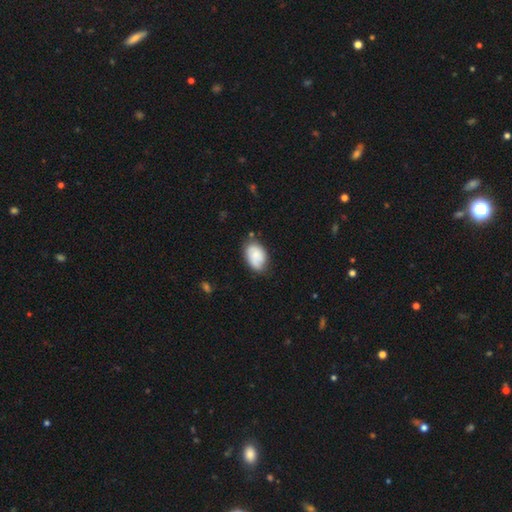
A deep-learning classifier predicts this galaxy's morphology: This is likely a smooth galaxy (65%). How rounded: clearly in between (85%). Merging: likely none (65%).